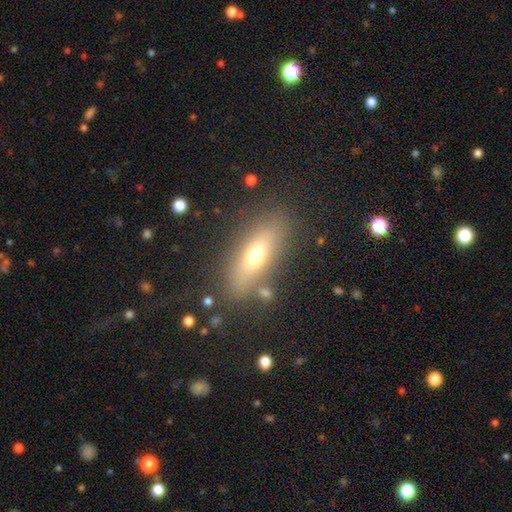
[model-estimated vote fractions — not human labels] This is possibly a smooth galaxy (59%). How rounded: likely in between (61%). Merging: clearly none (80%).